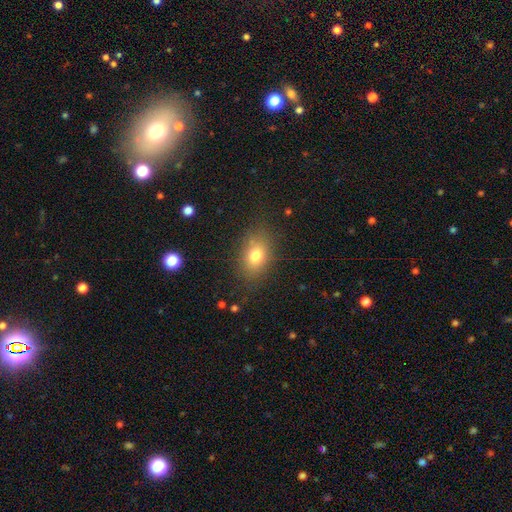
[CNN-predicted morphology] A smooth galaxy with no disk features (76%) that is in between round and cigar-shaped (74%).

Vote fractions:
- Smooth or featured? smooth: 76% / featured or disk: 13% / star or artifact: 11%
- How rounded? in between: 74% / round: 24% / cigar-shaped: 2%
- Merging? none: 79% / minor disturbance: 14% / major disturbance: 5% / merger: 2%